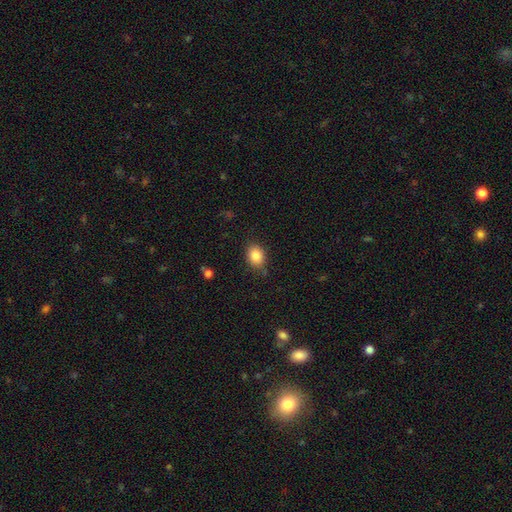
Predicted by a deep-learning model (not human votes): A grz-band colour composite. It shows a smooth galaxy with no disk features (85%) that is in between round and cigar-shaped (62%). Merging: none (81%).